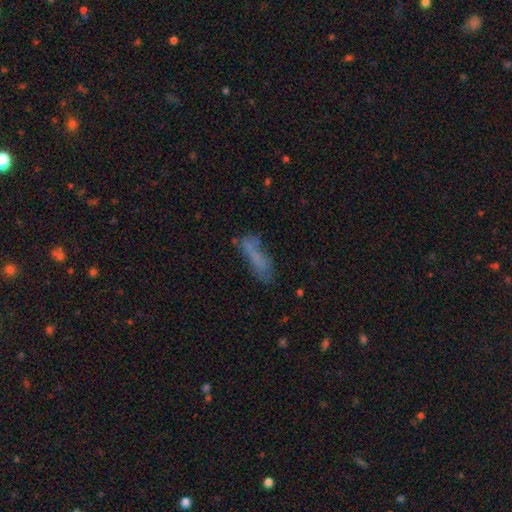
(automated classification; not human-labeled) A smooth galaxy with no disk features (59%) that is cigar-shaped (64%). Merging: none (52%).